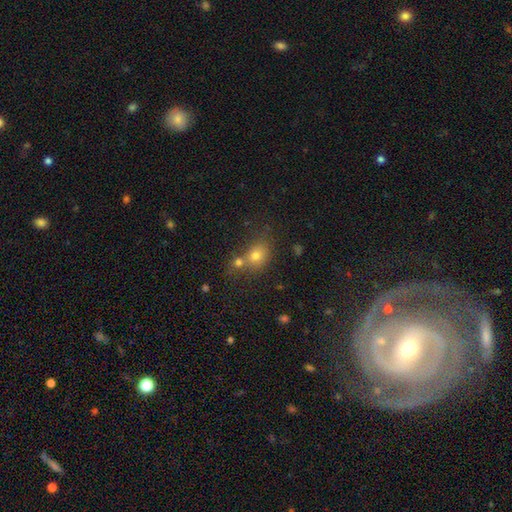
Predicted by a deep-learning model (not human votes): A smooth galaxy with no disk features (72%) that is round (59%). Merging: none (43%).